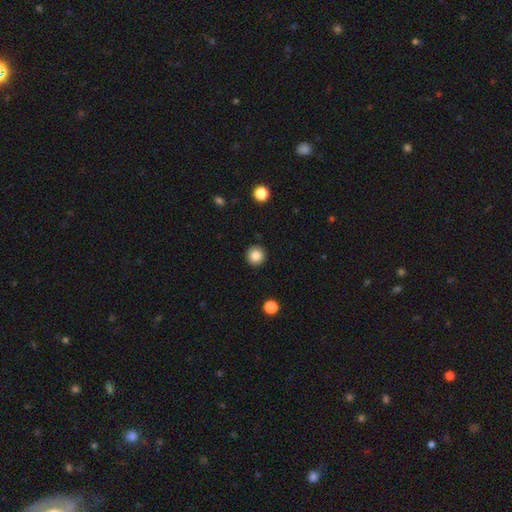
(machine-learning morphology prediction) smooth_or_featured: smooth (p=0.84) [alt: star or artifact p=0.10]
how_rounded: round (p=0.95) [alt: in between p=0.04]
merging: none (p=0.92) [alt: minor disturbance p=0.05]